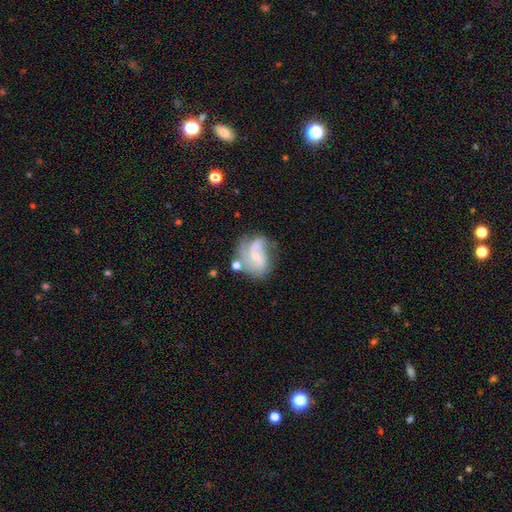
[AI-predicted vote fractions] Smooth or featured: featured or disk — 74% (smooth — 19%)
Edge-on disk: no — 97% (yes — 3%)
Bar: no — 45% (weak — 43%)
Spiral arms: yes — 89% (no — 11%)
Spiral winding: medium — 45% (loose — 29%)
Spiral arm count: 2 — 50% (can't tell — 17%)
Bulge size: small — 63% (moderate — 28%)
Merging: none — 44% (minor disturbance — 24%)